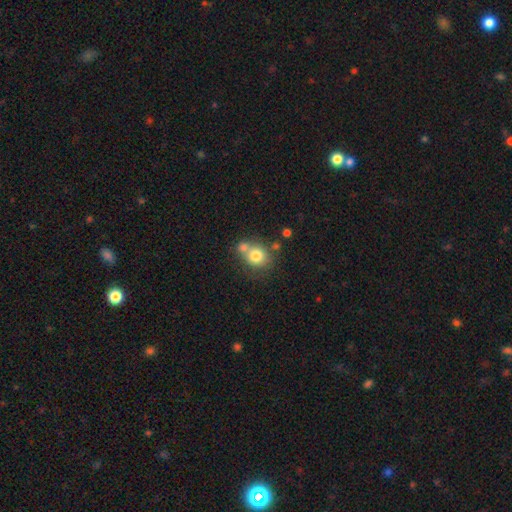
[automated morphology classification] Smooth or featured?
  - smooth: 76% *
  - featured or disk: 14%
  - star or artifact: 11%
How rounded?
  - round: 77% *
  - in between: 23%
  - cigar-shaped: 1%
Merging?
  - none: 45% *
  - merger: 39%
  - minor disturbance: 11%
  - major disturbance: 5%